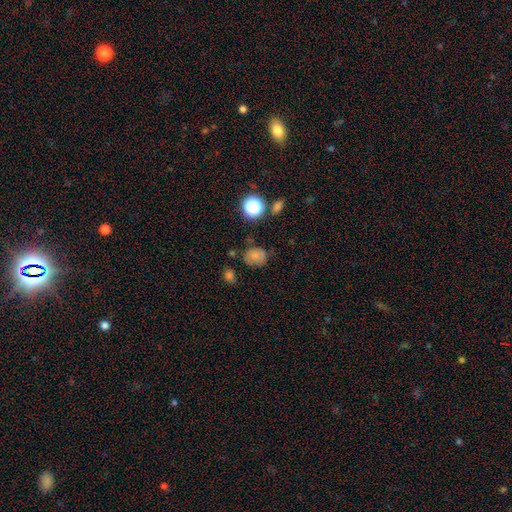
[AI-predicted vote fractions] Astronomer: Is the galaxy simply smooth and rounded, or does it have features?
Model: smooth — 73%.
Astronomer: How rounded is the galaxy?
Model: round — 61% (runner-up: in between, 38%).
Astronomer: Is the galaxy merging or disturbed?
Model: none — 65%.